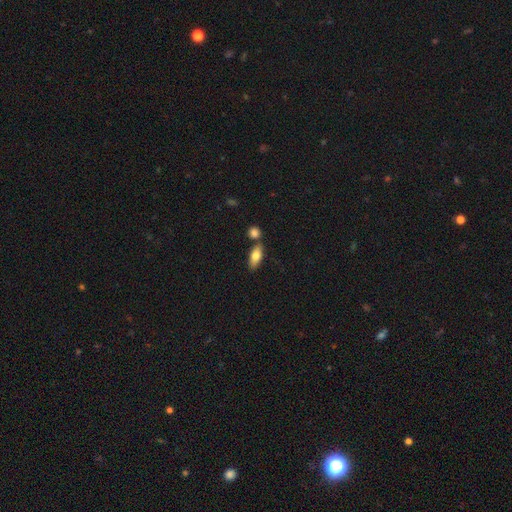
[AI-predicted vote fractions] This is likely a smooth galaxy (76%). How rounded: likely in between (80%). Merging: likely none (69%).